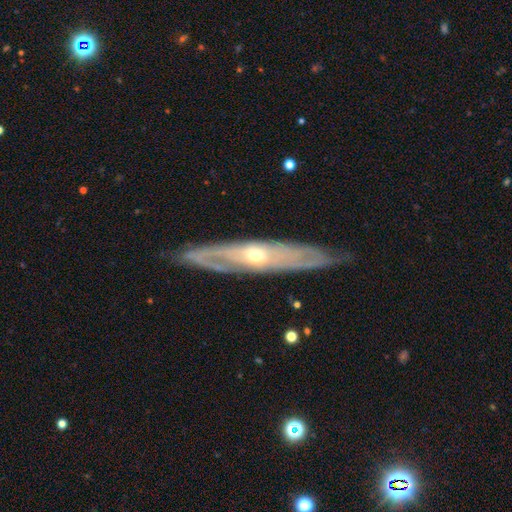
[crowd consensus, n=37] Smooth or featured? 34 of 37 (92%) said featured or disk. Edge-on disk? 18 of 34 (53%) said no. Bar? 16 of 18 (89%) said no. Spiral arms? 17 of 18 (94%) said yes. Spiral winding? 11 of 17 (65%) said medium. Spiral arm count? 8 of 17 (47%, tied with can't tell) said 2. Bulge size? 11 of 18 (61%) said small. Merging? 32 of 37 (86%) said none.